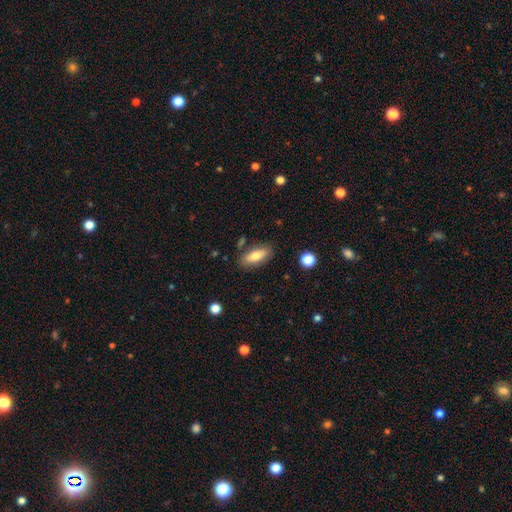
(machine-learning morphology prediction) type=smooth (74%); roundness=in between (79%); merging=none (81%).